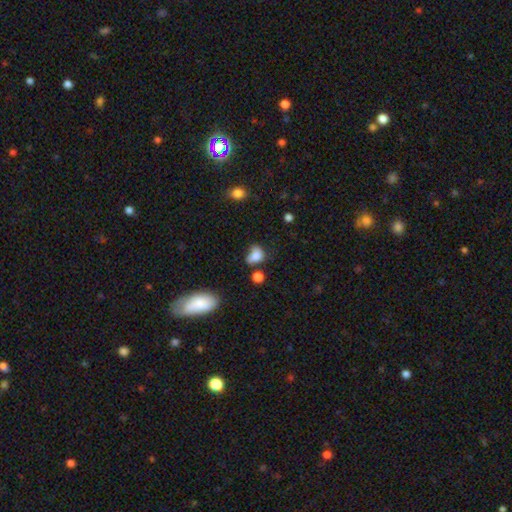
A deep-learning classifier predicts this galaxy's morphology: Smooth or featured? Predicted: smooth (p=0.77). How rounded? Predicted: in between (p=0.59). Merging? Predicted: none (p=0.35).